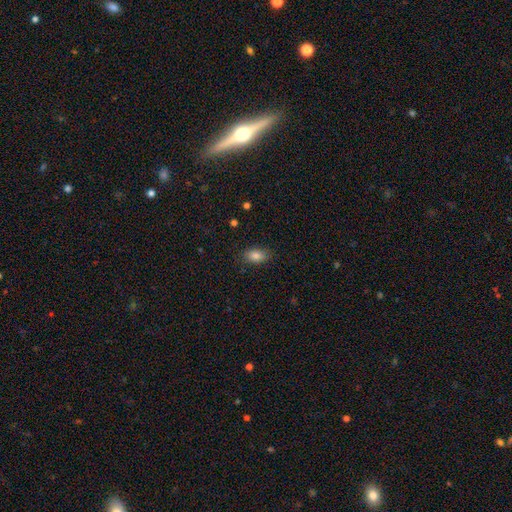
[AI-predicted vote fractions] smooth-or-featured: smooth: 84% | star or artifact: 9% | featured or disk: 7%
  how-rounded: in between: 88% | round: 9% | cigar-shaped: 3%
  merging: none: 84% | minor disturbance: 12% | major disturbance: 3% | merger: 1%